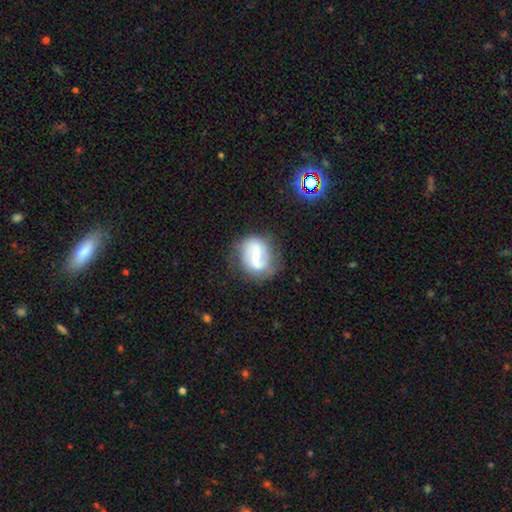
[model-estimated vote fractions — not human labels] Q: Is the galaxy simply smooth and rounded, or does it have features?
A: featured or disk — 67%.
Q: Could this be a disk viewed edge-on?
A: no — 97%.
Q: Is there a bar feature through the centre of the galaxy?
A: weak — 45%.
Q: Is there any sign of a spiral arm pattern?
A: yes — 82%.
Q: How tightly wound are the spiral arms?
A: loose — 46%.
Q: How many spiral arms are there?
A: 2 — 81%.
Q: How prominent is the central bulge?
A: small — 45%, tied with moderate.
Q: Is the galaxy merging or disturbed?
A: none — 70%.